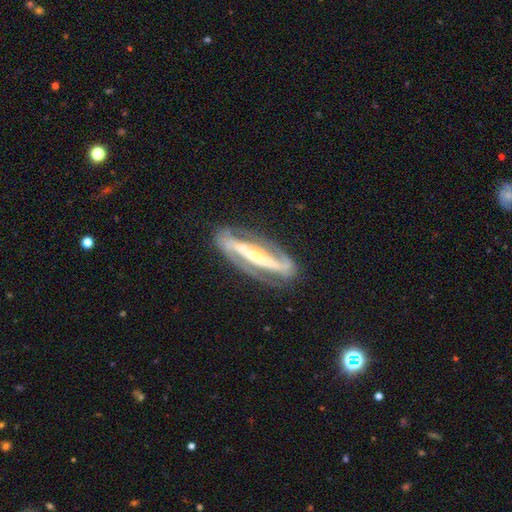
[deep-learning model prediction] Morphology: type=featured or disk (87%); edge-on=no (83%); bar=strong (71%); spiral arms=yes (91%); winding=tight (42%); arm count=2 (88%); bulge=small (54%); merging=none (78%).